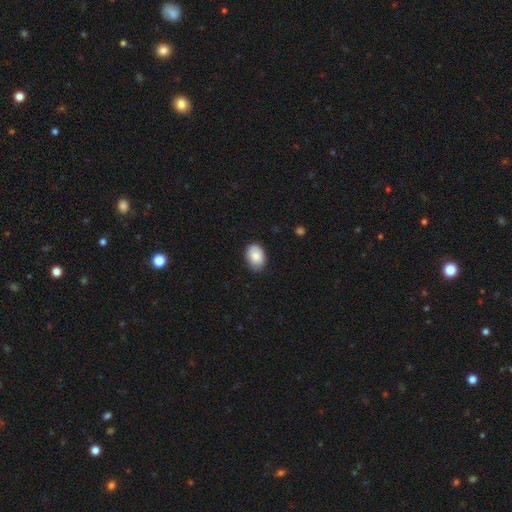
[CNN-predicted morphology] Smooth or featured: smooth — 85% (featured or disk — 8%)
How rounded: in between — 81% (round — 18%)
Merging: none — 82% (minor disturbance — 15%)